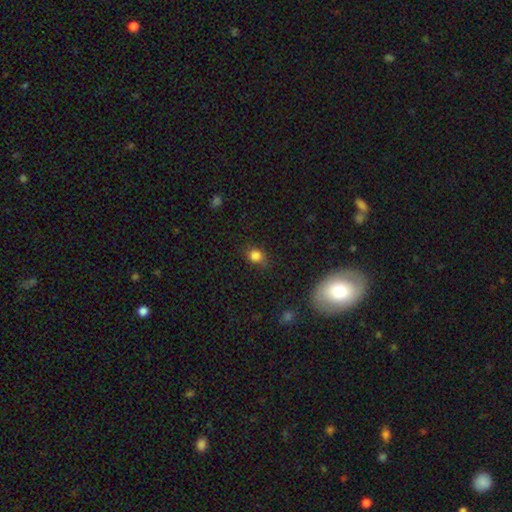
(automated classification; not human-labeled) The model was most divided on "how rounded": round: 65%, in between: 33%, cigar-shaped: 2%. More confident: smooth or featured — smooth (82%); merging — none (74%).